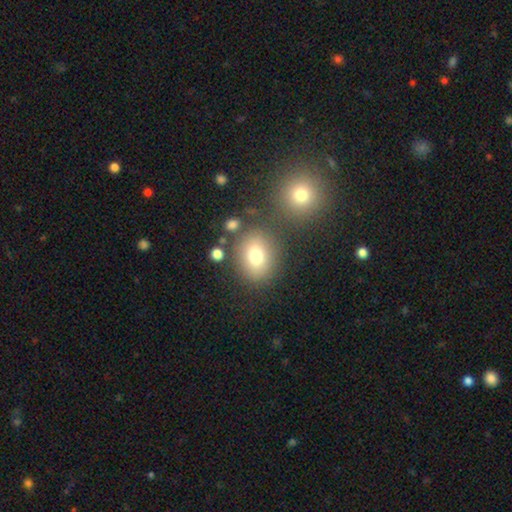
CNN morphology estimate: This is likely a smooth galaxy (75%). How rounded: possibly round (59%). Merging: likely none (75%).